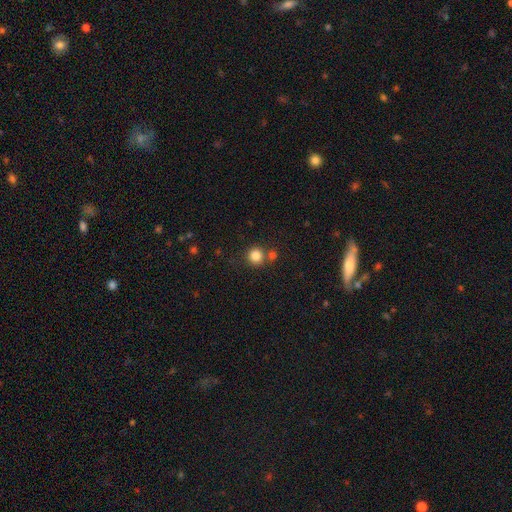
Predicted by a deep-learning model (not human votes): A smooth galaxy with no disk features (84%) that is round (92%).

Vote fractions:
- Smooth or featured? smooth: 84% / star or artifact: 11% / featured or disk: 5%
- How rounded? round: 92% / in between: 7% / cigar-shaped: 1%
- Merging? none: 71% / merger: 18% / minor disturbance: 8% / major disturbance: 3%